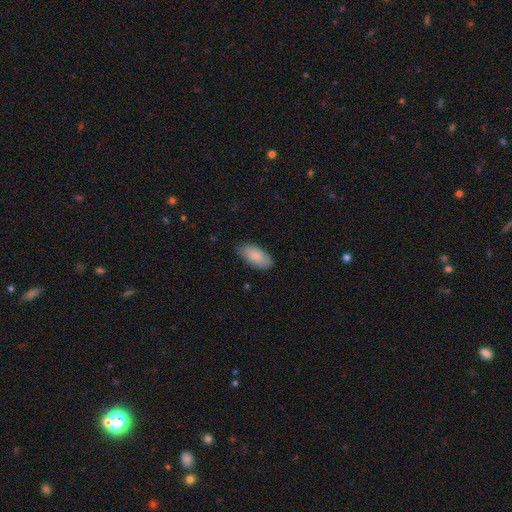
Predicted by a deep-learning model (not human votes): This is clearly a smooth galaxy (83%). How rounded: clearly in between (93%). Merging: likely none (80%).